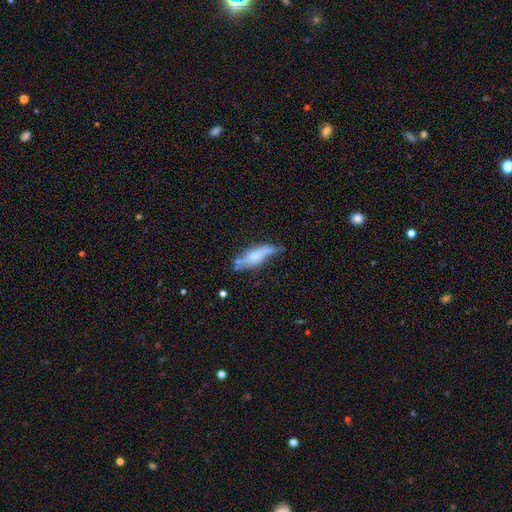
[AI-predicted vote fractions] smooth_or_featured: smooth (p=0.51) [alt: featured or disk p=0.42]
how_rounded: cigar-shaped (p=0.56) [alt: in between p=0.42]
merging: none (p=0.42) [alt: minor disturbance p=0.34]